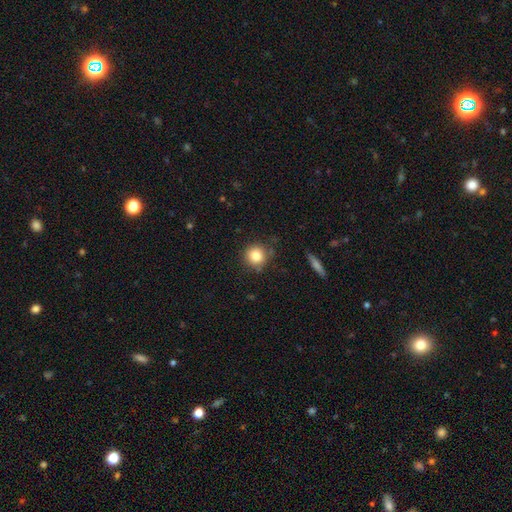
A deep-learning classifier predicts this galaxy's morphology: Overall: smooth (81%). How rounded: round (92%). Merging: none (82%).